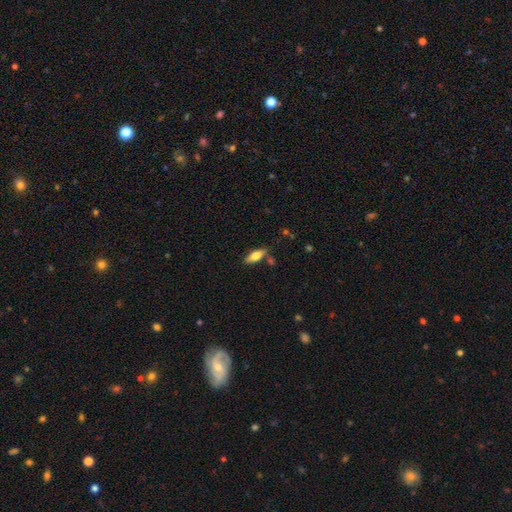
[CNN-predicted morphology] The model was most divided on "smooth or featured": smooth: 59%, featured or disk: 34%, star or artifact: 7%. More confident: merging — none (77%); how rounded — in between (67%).